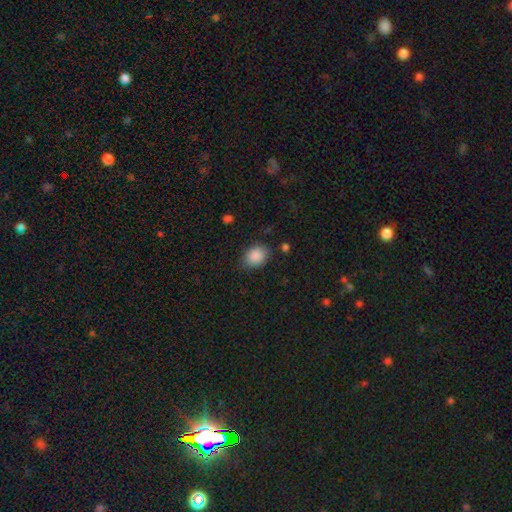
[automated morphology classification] This is clearly a smooth galaxy (87%). How rounded: possibly in between (57%). Merging: likely none (77%).